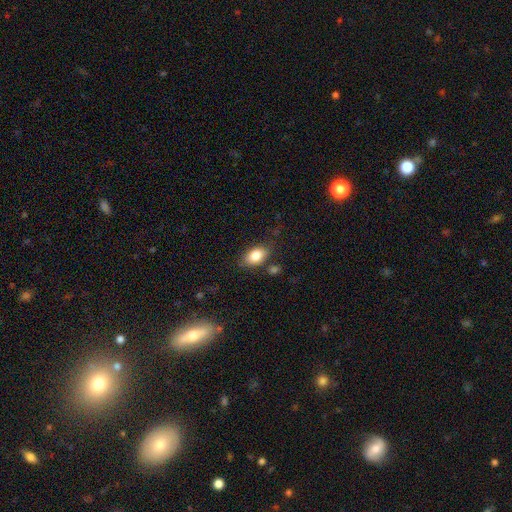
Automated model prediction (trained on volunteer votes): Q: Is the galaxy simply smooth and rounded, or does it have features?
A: smooth — 84%.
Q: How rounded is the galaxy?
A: in between — 88%.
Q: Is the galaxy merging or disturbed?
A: none — 77%.